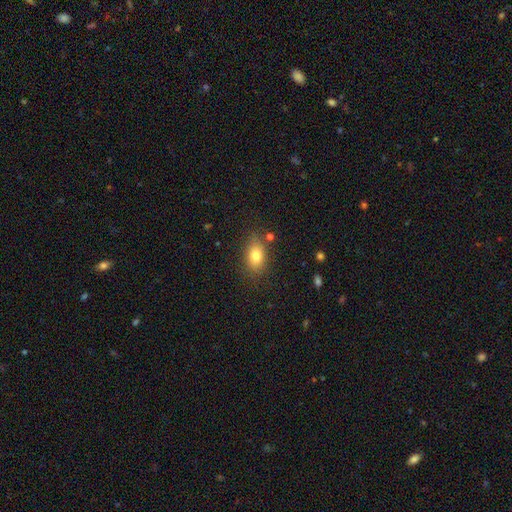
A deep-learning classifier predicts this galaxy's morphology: Q: Smooth or featured?
A: smooth (81%); runner-up: featured or disk (10%)
Q: How rounded?
A: in between (84%); runner-up: round (12%)
Q: Merging?
A: none (80%); runner-up: minor disturbance (13%)